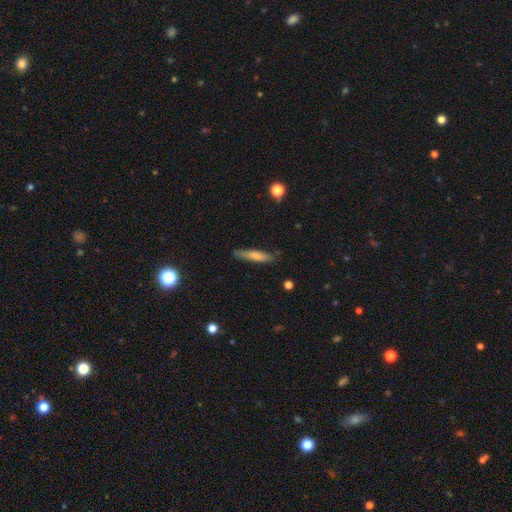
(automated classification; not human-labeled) Smooth or featured?
  - smooth: 72% *
  - featured or disk: 22%
  - star or artifact: 6%
How rounded?
  - cigar-shaped: 86% *
  - in between: 13%
  - round: 1%
Merging?
  - none: 79% *
  - minor disturbance: 16%
  - major disturbance: 3%
  - merger: 2%